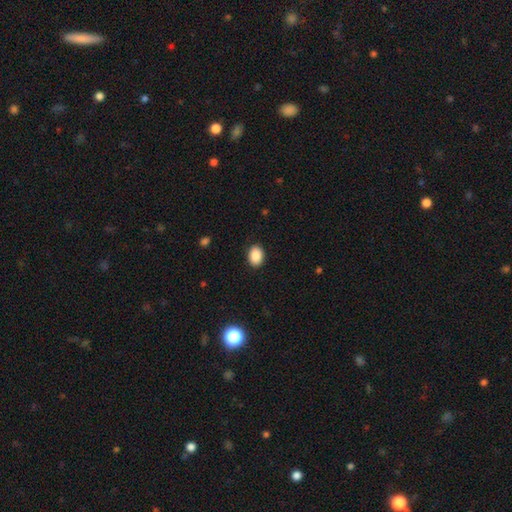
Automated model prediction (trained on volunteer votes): A smooth galaxy with no disk features (89%) that is in between round and cigar-shaped (76%). Merging: none (89%).